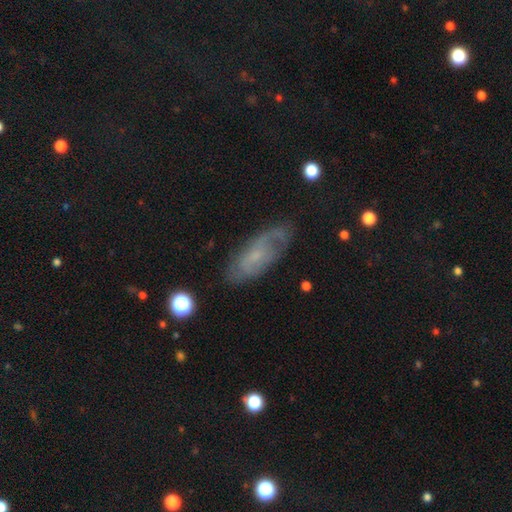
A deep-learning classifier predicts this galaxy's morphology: A featured or disk galaxy (55%).

Vote fractions:
- Smooth or featured? featured or disk: 55% / smooth: 37% / star or artifact: 9%
- Edge-on disk? no: 85% / yes: 15%
- Merging? none: 70% / minor disturbance: 21% / major disturbance: 7% / merger: 2%